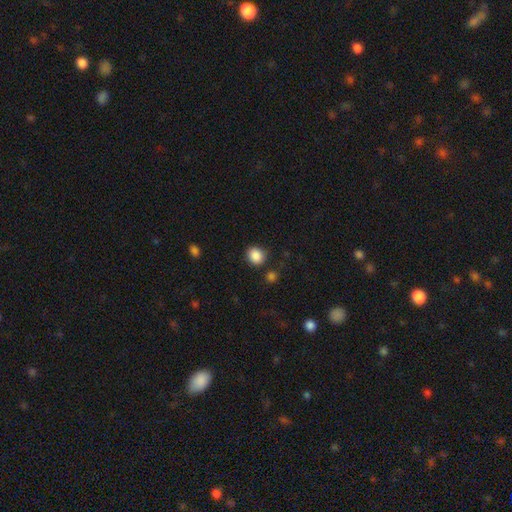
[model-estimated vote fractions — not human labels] The model was most divided on "how rounded": round: 75%, in between: 24%, cigar-shaped: 1%. More confident: smooth or featured — smooth (87%); merging — none (81%).